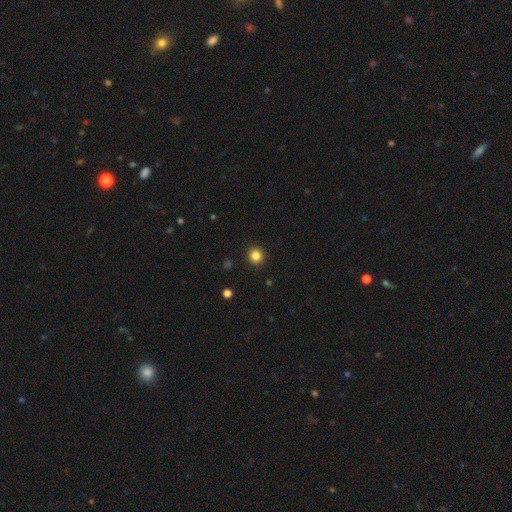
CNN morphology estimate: Smooth or featured? smooth (84%)
How rounded? round (94%)
Merging? none (93%)